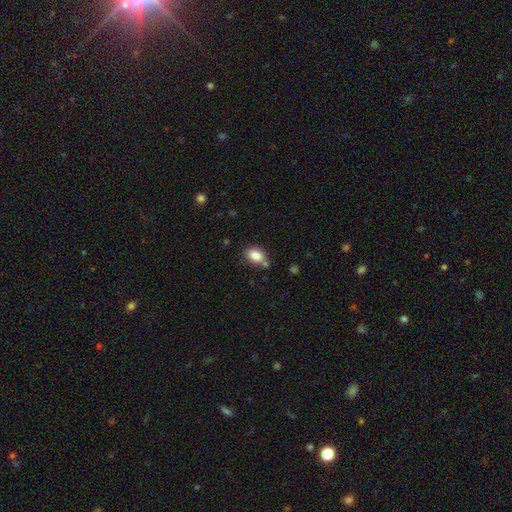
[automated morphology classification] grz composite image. It shows a smooth galaxy with no disk features (84%) that is in between round and cigar-shaped (74%). Merging: none (66%).